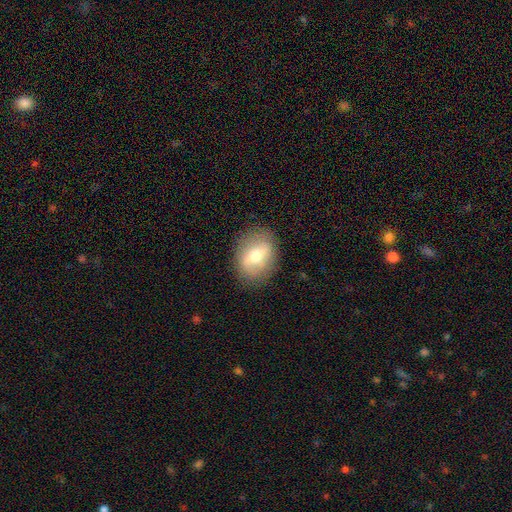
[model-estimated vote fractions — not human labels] A smooth galaxy with no disk features (52%) that is in between round and cigar-shaped (61%). Merging: none (83%).